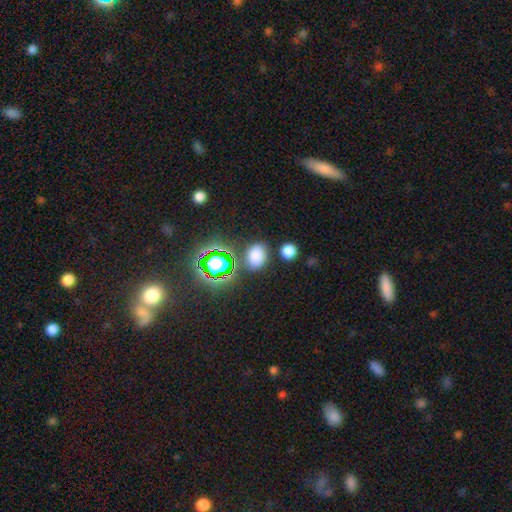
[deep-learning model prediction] Smooth or featured: smooth — 74% (star or artifact — 20%)
How rounded: in between — 60% (round — 38%)
Merging: none — 79% (minor disturbance — 11%)